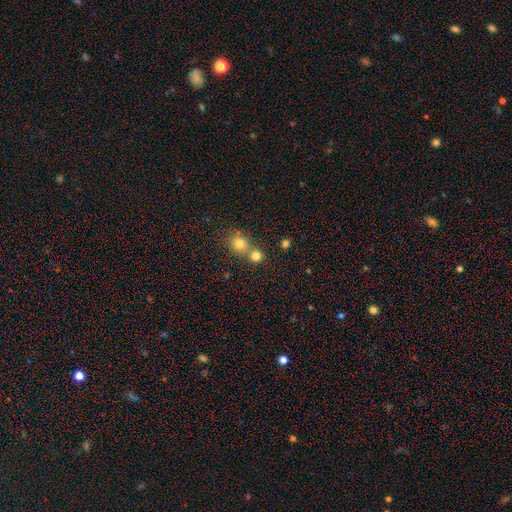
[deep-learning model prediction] This is likely a smooth galaxy (78%). How rounded: clearly round (85%). Merging: possibly none (50%).